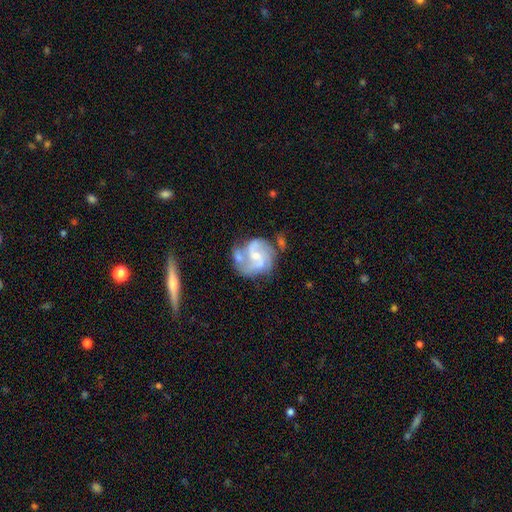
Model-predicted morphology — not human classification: Q: Smooth or featured?
A: featured or disk (81%); runner-up: smooth (13%)
Q: Edge-on disk?
A: no (98%); runner-up: yes (2%)
Q: Bar?
A: no (49%); runner-up: weak (41%)
Q: Spiral arms?
A: yes (93%); runner-up: no (7%)
Q: Spiral winding?
A: medium (51%); runner-up: tight (27%)
Q: Spiral arm count?
A: 2 (56%); runner-up: 3 (22%)
Q: Bulge size?
A: small (54%); runner-up: moderate (40%)
Q: Merging?
A: none (45%); runner-up: merger (22%)